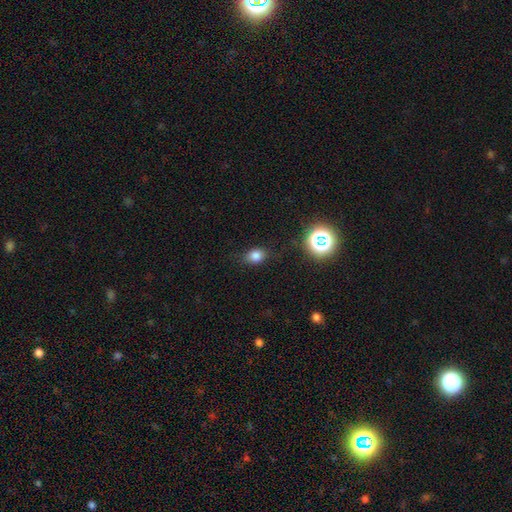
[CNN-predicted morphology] Q: Smooth or featured?
A: smooth (78%); runner-up: star or artifact (16%)
Q: How rounded?
A: in between (57%); runner-up: round (41%)
Q: Merging?
A: none (78%); runner-up: minor disturbance (16%)